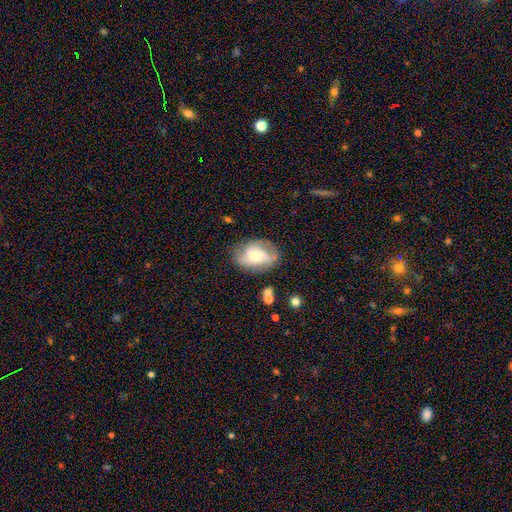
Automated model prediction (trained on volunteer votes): Smooth or featured? Predicted: featured or disk (p=0.65). Edge-on disk? Predicted: no (p=0.97). Bar? Predicted: no (p=0.65). Spiral arms? Predicted: yes (p=0.88). Spiral winding? Predicted: medium (p=0.45). Spiral arm count? Predicted: 2 (p=0.39). Bulge size? Predicted: moderate (p=0.43). Merging? Predicted: none (p=0.63).